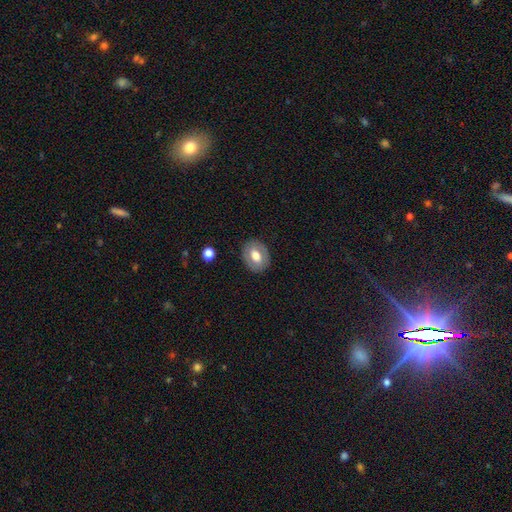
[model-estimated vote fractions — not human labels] Smooth or featured? Predicted: smooth (p=0.60). How rounded? Predicted: in between (p=0.61). Merging? Predicted: none (p=0.86).